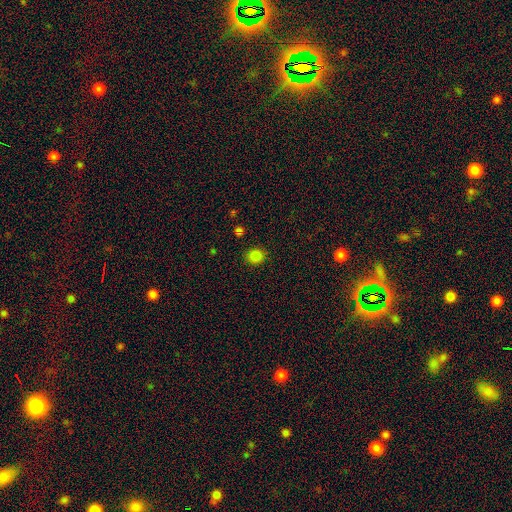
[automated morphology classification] A smooth galaxy with no disk features (84%) that is round (85%). Merging: none (89%).